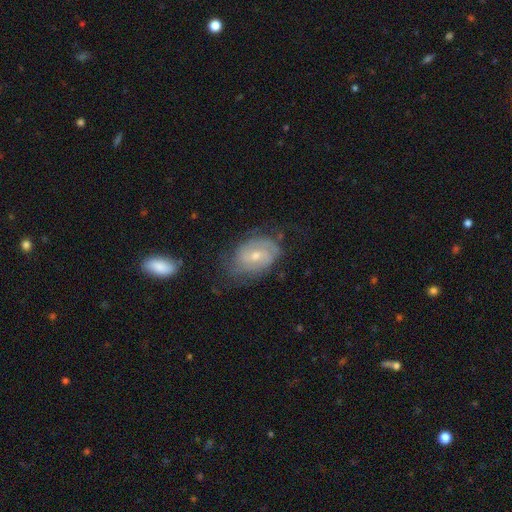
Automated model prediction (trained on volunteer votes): This appears to be a featured or disk galaxy (70%) with no bar (51%), tight (55%) spiral arms (84%) and a moderate central bulge (49%). Merging: none (60%).